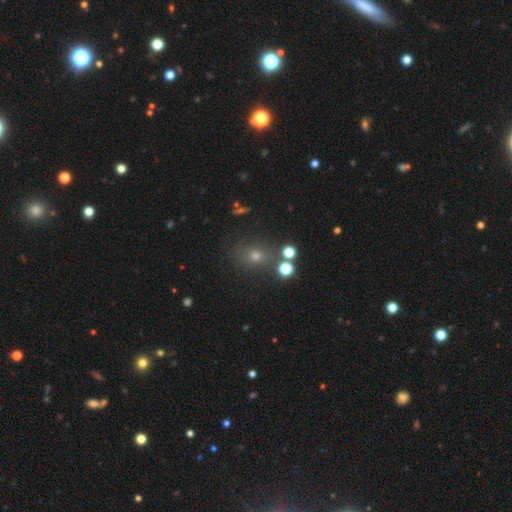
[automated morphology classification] Q: Smooth or featured?
A: smooth (58%); runner-up: star or artifact (31%)
Q: How rounded?
A: round (73%); runner-up: in between (26%)
Q: Merging?
A: none (77%); runner-up: minor disturbance (10%)